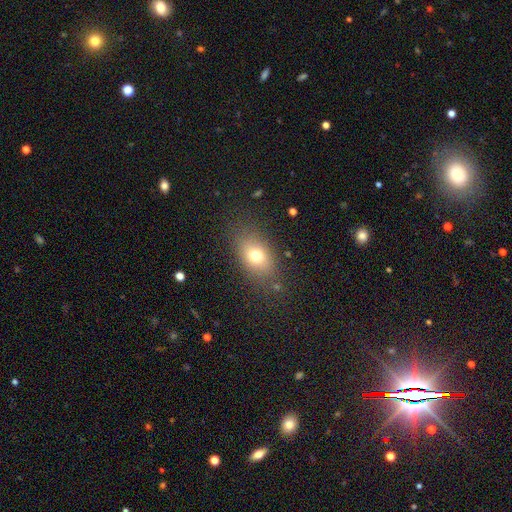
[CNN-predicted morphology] Q: Smooth or featured?
A: smooth (73%); runner-up: featured or disk (15%)
Q: How rounded?
A: in between (77%); runner-up: round (20%)
Q: Merging?
A: none (78%); runner-up: minor disturbance (14%)